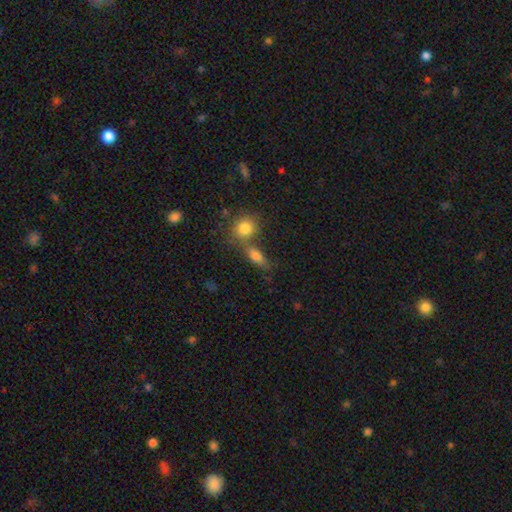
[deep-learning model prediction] Smooth or featured?
  - smooth: 72% *
  - featured or disk: 17%
  - star or artifact: 11%
How rounded?
  - in between: 62% *
  - cigar-shaped: 23%
  - round: 15%
Merging?
  - none: 49% *
  - merger: 35%
  - minor disturbance: 11%
  - major disturbance: 5%